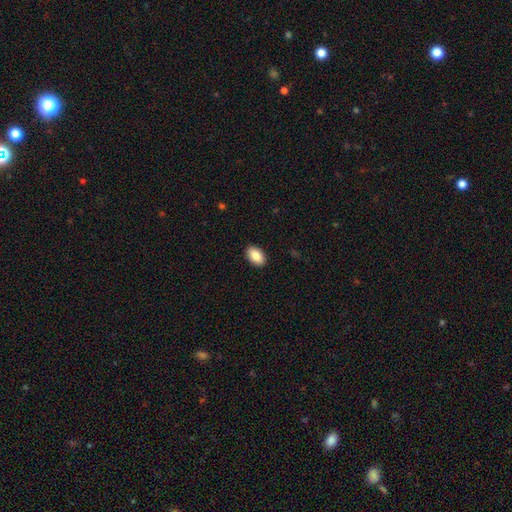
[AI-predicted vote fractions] Q: Smooth or featured?
A: smooth (86%); runner-up: featured or disk (7%)
Q: How rounded?
A: in between (92%); runner-up: round (7%)
Q: Merging?
A: none (90%); runner-up: minor disturbance (7%)